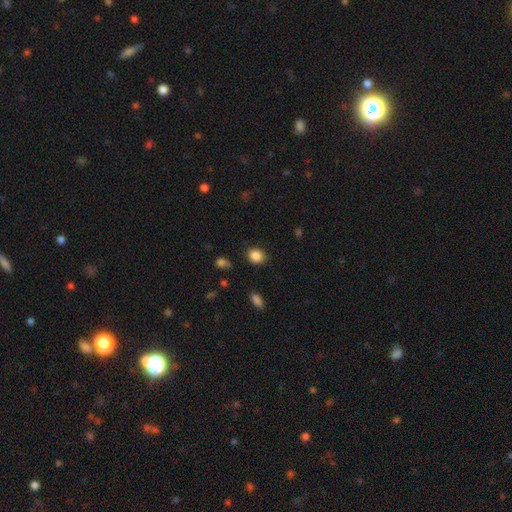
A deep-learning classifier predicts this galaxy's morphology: type=smooth (86%); roundness=round (63%); merging=none (83%).